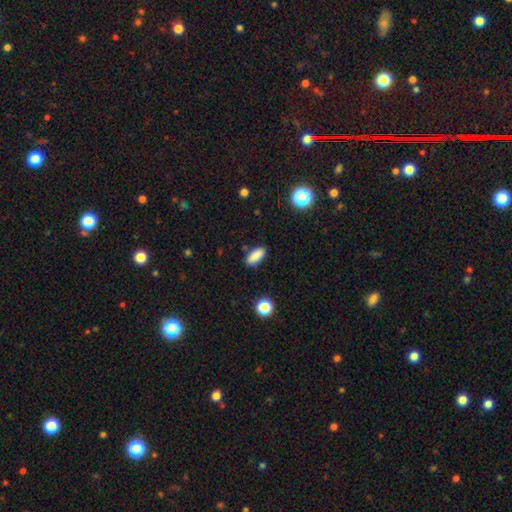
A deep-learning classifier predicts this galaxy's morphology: type=smooth (88%); roundness=in between (82%); merging=none (87%).